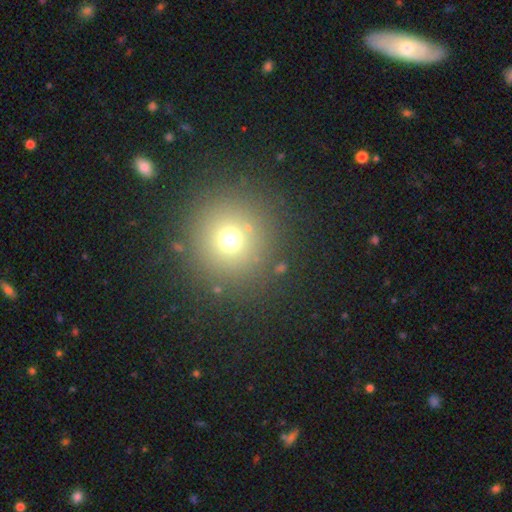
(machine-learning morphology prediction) Smooth or featured: smooth — 63% (star or artifact — 27%)
How rounded: round — 95% (in between — 4%)
Merging: none — 90% (minor disturbance — 6%)